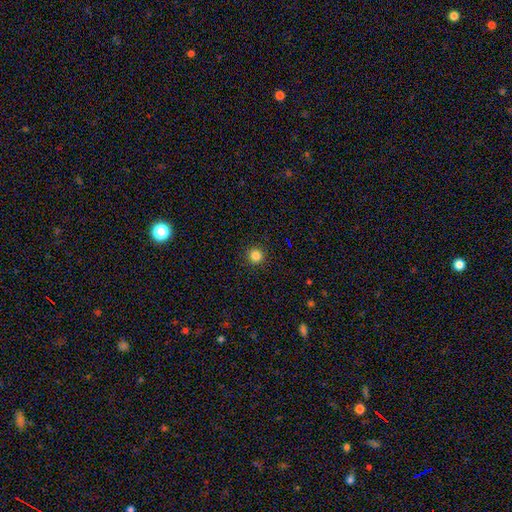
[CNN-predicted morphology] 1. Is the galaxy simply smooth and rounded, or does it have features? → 84% smooth, 12% star or artifact, 4% featured or disk.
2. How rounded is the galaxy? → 96% round, 3% in between, 1% cigar-shaped.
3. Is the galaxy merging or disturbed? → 93% none, 5% minor disturbance, 2% major disturbance, 1% merger.